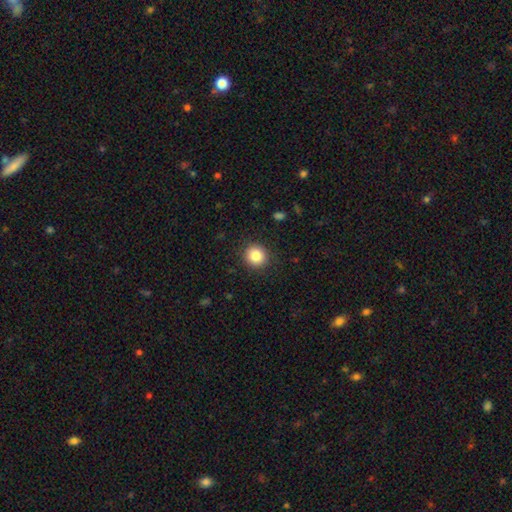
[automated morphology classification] Q: Smooth or featured?
A: smooth (85%); runner-up: star or artifact (10%)
Q: How rounded?
A: round (90%); runner-up: in between (9%)
Q: Merging?
A: none (90%); runner-up: minor disturbance (7%)